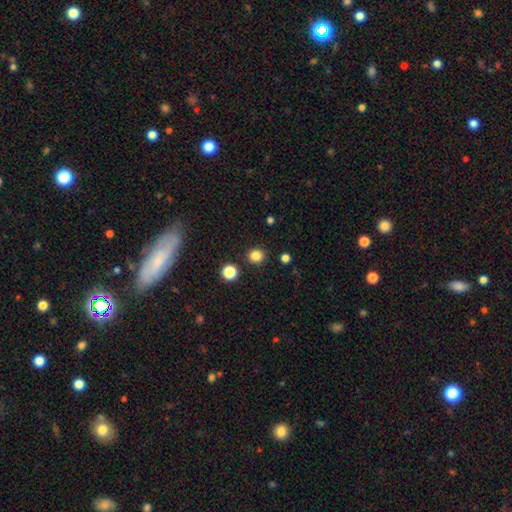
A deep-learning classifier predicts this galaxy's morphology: Overall: smooth (83%). How rounded: round (90%). Merging: none (90%).